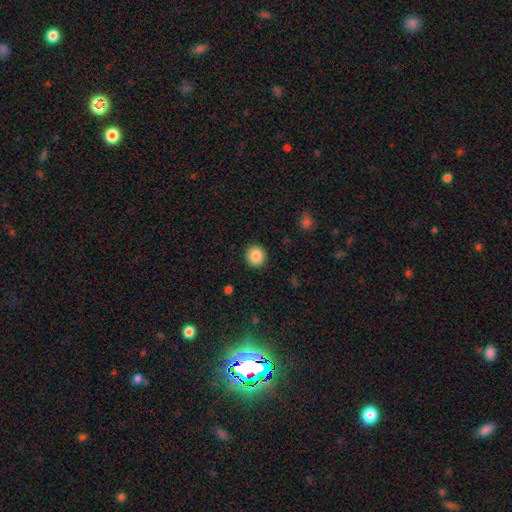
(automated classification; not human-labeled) Smooth or featured? smooth (86%)
How rounded? round (90%)
Merging? none (92%)